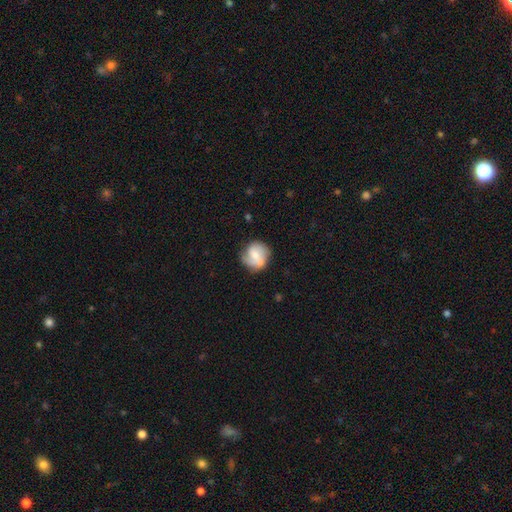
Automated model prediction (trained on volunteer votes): smooth-or-featured: smooth: 52% | featured or disk: 41% | star or artifact: 7%
  how-rounded: round: 85% | in between: 14% | cigar-shaped: 1%
  merging: none: 66% | minor disturbance: 24% | major disturbance: 7% | merger: 2%